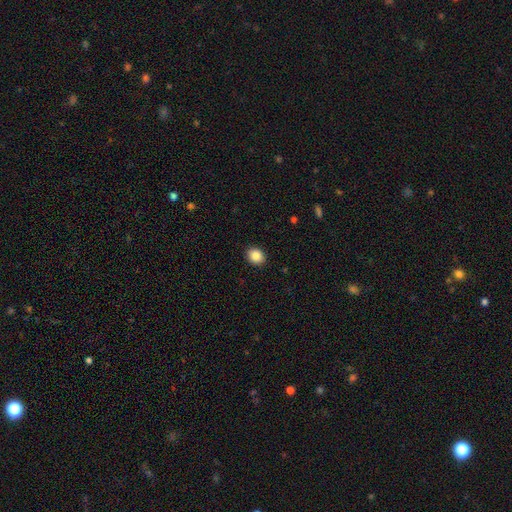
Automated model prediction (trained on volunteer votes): Smooth or featured?
  - smooth: 87% *
  - star or artifact: 9%
  - featured or disk: 4%
How rounded?
  - round: 55% *
  - in between: 44%
  - cigar-shaped: 1%
Merging?
  - none: 91% *
  - minor disturbance: 7%
  - major disturbance: 2%
  - merger: 1%